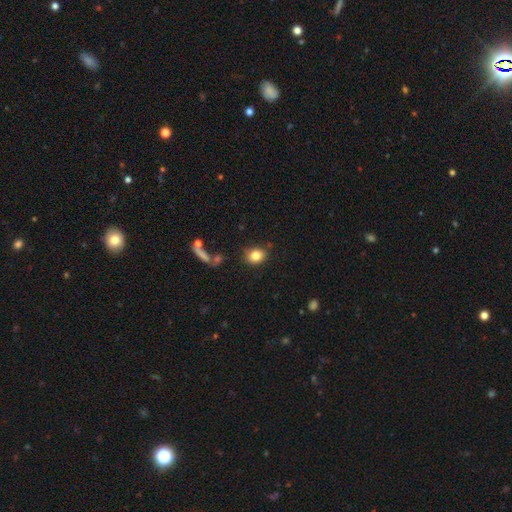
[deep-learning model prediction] This appears to be a smooth galaxy with no disk features (83%) that is round (52%). Merging: none (79%).